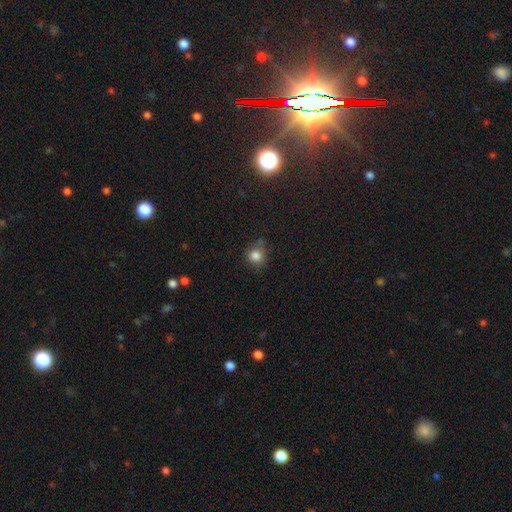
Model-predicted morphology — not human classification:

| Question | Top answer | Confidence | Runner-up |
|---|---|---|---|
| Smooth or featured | smooth | 83% | star or artifact (12%) |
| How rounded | round | 89% | in between (10%) |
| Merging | none | 72% | minor disturbance (19%) |